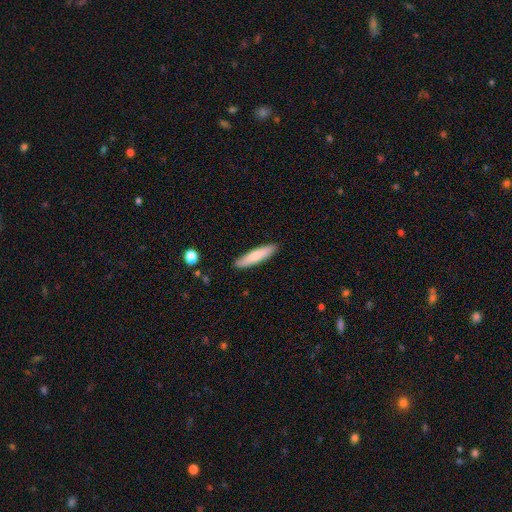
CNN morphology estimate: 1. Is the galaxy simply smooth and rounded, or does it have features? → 78% smooth, 17% featured or disk, 5% star or artifact.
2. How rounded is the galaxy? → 83% cigar-shaped, 16% in between, 1% round.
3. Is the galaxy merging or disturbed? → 89% none, 9% minor disturbance, 2% major disturbance, 1% merger.